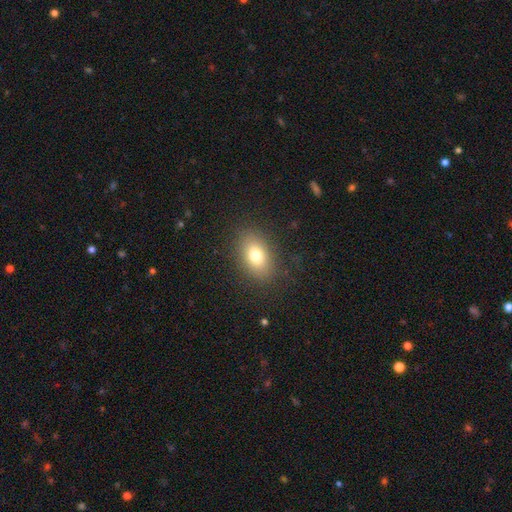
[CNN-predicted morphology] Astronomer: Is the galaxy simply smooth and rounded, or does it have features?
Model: smooth — 77%.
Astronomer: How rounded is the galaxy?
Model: in between — 83%.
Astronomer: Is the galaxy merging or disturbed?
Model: none — 85%.